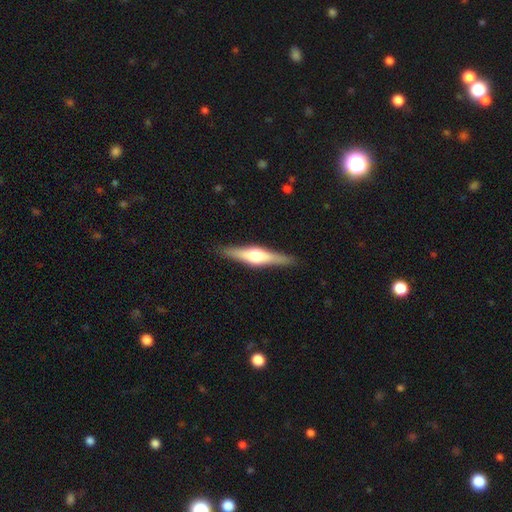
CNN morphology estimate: This appears to be a featured or disk galaxy (64%) viewed edge-on (96%) with a rounded central bulge (91%). Merging: none (90%).